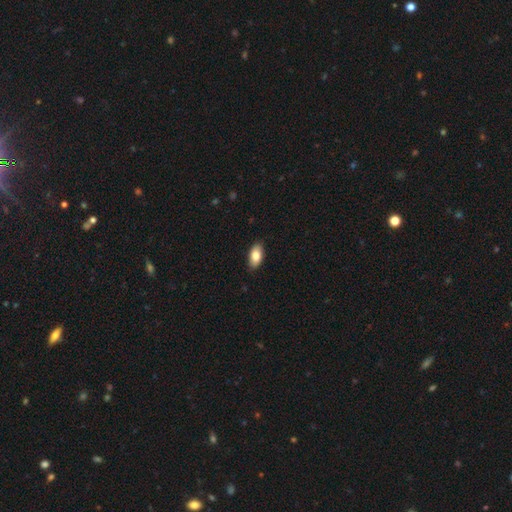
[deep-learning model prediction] Morphology: type=smooth (83%); roundness=in between (92%); merging=none (87%).